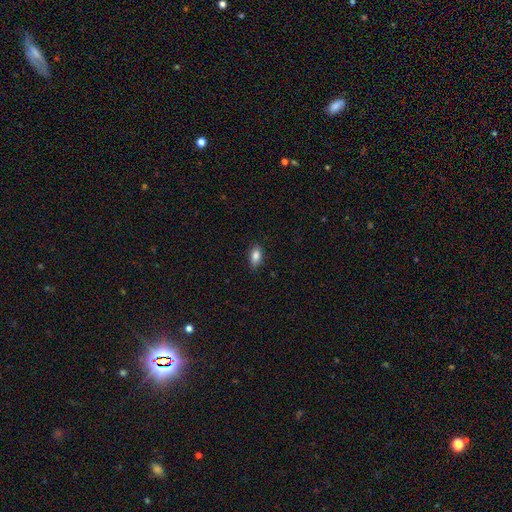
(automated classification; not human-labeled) A smooth galaxy with no disk features (85%) that is in between round and cigar-shaped (89%). Merging: none (85%).